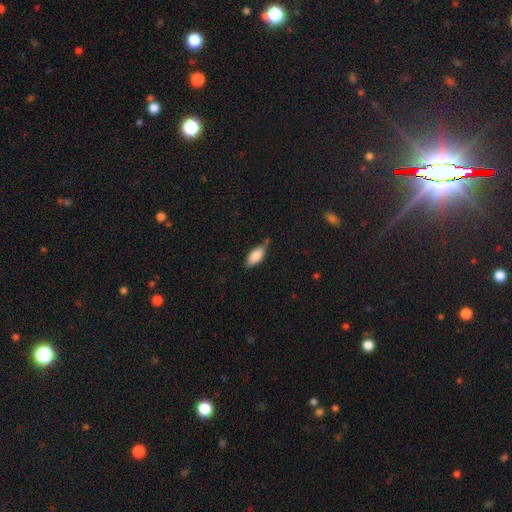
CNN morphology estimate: The model was most divided on "merging": none: 57%, minor disturbance: 33%, major disturbance: 6%, merger: 4%. More confident: how rounded — in between (84%); smooth or featured — smooth (83%).